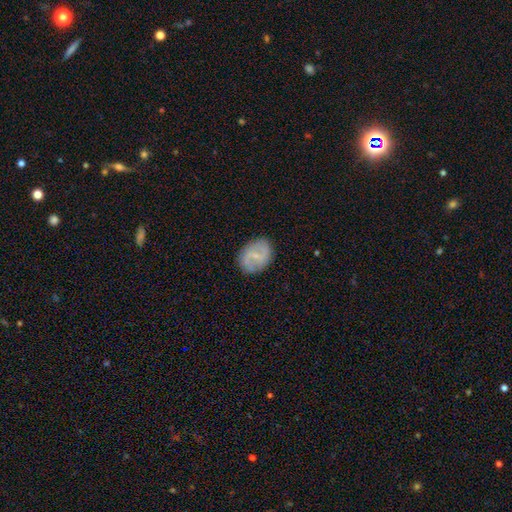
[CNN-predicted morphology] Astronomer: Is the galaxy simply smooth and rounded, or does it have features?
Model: featured or disk — 60%.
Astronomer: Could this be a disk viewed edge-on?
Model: no — 97%.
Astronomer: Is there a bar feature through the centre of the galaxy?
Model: weak — 54%.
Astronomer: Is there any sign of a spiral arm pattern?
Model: yes — 77%.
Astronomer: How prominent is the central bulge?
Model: small — 68%.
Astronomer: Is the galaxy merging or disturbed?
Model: none — 83%.